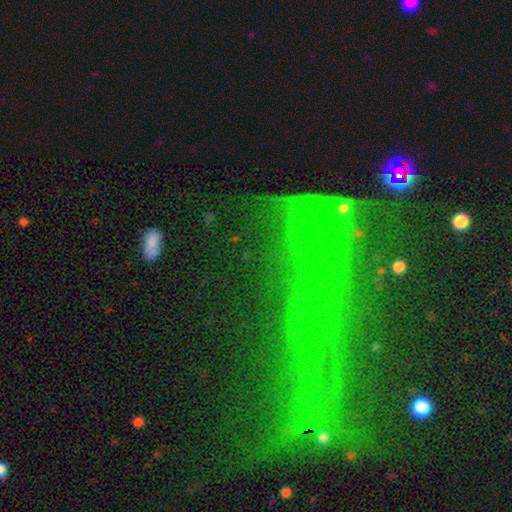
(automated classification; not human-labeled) Smooth or featured? Predicted: star or artifact (p=0.57).